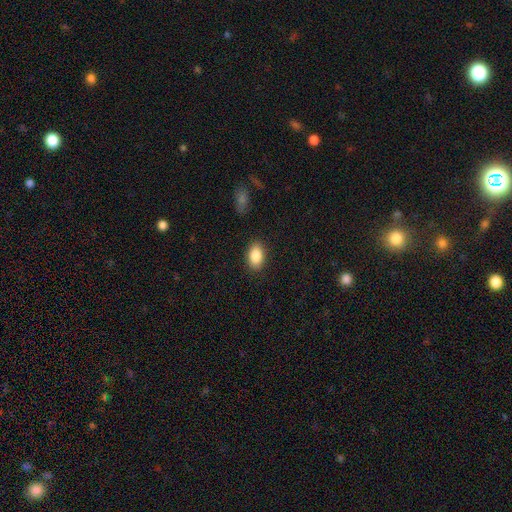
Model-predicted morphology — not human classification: Smooth or featured: smooth — 87% (star or artifact — 7%)
How rounded: in between — 89% (round — 9%)
Merging: none — 88% (minor disturbance — 9%)